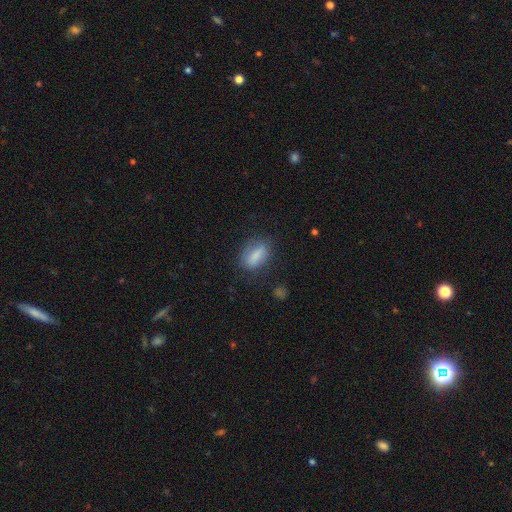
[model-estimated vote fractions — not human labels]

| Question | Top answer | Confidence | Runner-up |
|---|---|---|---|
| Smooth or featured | smooth | 76% | featured or disk (15%) |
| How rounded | in between | 74% | cigar-shaped (16%) |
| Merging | none | 70% | minor disturbance (19%) |